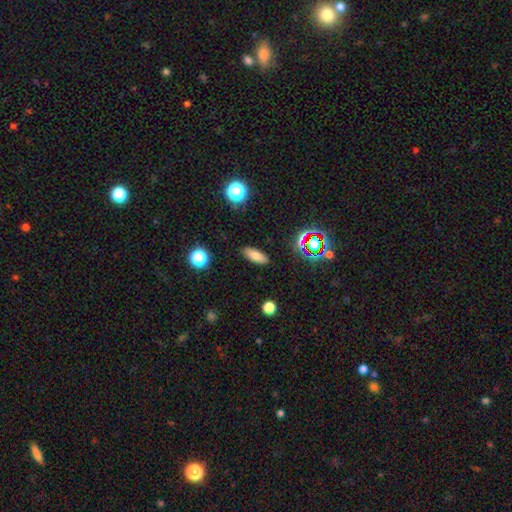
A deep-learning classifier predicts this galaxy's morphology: Smooth or featured? smooth (78%)
How rounded? in between (72%)
Merging? none (88%)